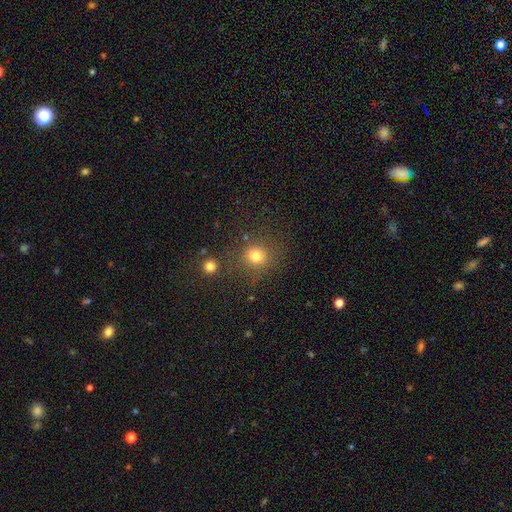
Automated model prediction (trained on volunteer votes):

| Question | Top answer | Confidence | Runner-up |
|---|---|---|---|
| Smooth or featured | smooth | 76% | star or artifact (17%) |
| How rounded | round | 87% | in between (12%) |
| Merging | none | 77% | minor disturbance (10%) |